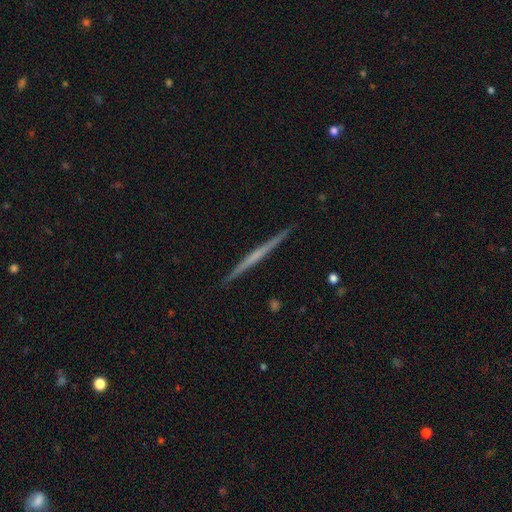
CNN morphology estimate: This appears to be a featured or disk galaxy (64%) viewed edge-on (98%) with no central bulge (82%). Merging: none (92%).